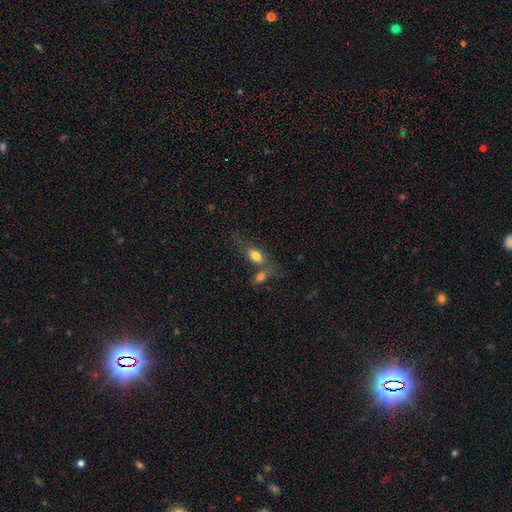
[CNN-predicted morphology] The model was most divided on "merging": merger: 41%, none: 38%, minor disturbance: 13%, major disturbance: 8%. More confident: how rounded — in between (81%); smooth or featured — smooth (74%).